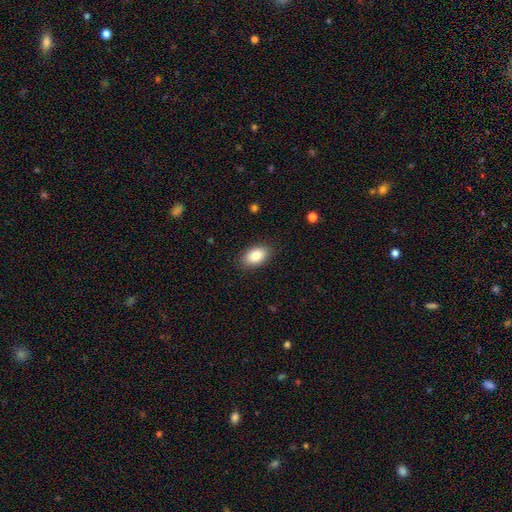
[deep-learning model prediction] Smooth or featured: smooth — 84% (featured or disk — 8%)
How rounded: in between — 91% (round — 7%)
Merging: none — 88% (minor disturbance — 9%)